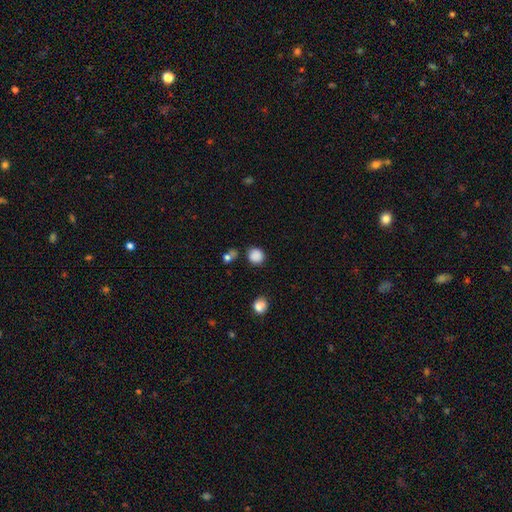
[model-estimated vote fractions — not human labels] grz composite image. It shows a smooth galaxy with no disk features (84%) that is round (84%). Merging: none (76%).